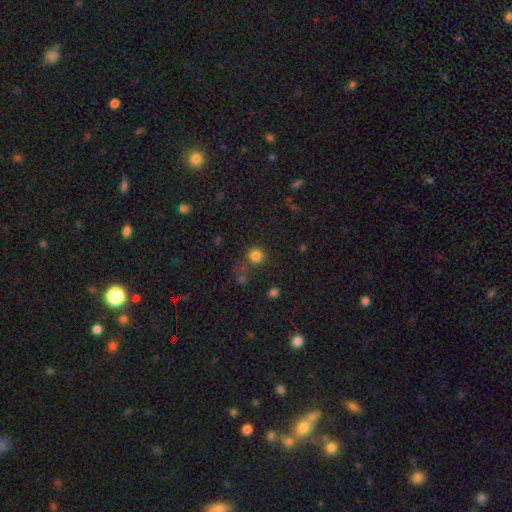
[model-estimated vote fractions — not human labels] Morphology: type=smooth (81%); roundness=round (92%); merging=none (74%).